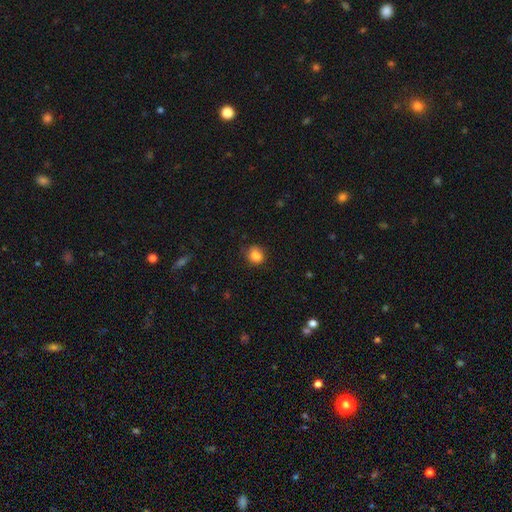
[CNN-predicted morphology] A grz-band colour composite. It shows a smooth galaxy with no disk features (84%) that is round (63%). Merging: none (67%).